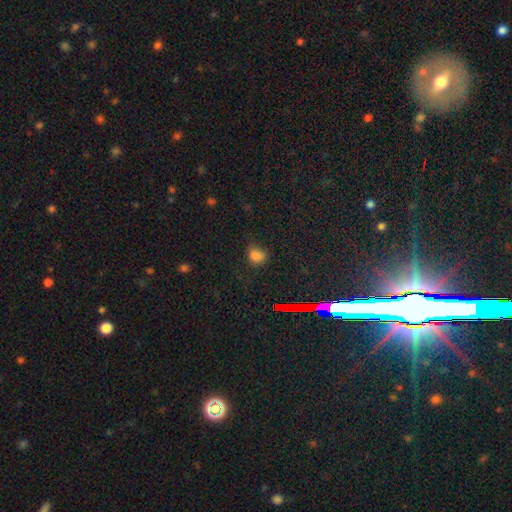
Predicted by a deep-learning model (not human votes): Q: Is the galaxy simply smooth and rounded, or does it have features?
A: smooth — 75%.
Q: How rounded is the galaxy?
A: round — 63%.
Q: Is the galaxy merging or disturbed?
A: none — 69%.